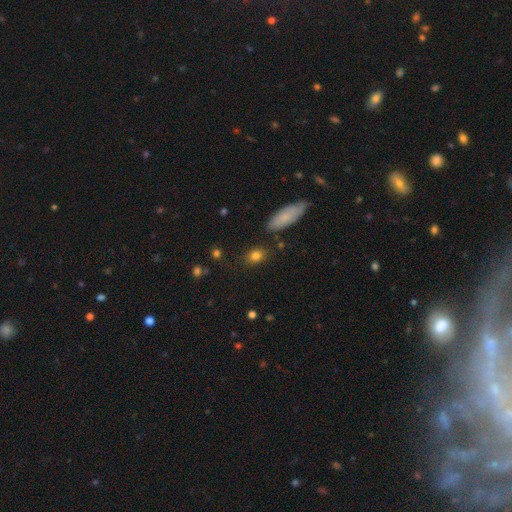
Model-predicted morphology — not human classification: Q: Smooth or featured?
A: smooth (84%); runner-up: star or artifact (10%)
Q: How rounded?
A: in between (60%); runner-up: round (37%)
Q: Merging?
A: none (82%); runner-up: minor disturbance (11%)